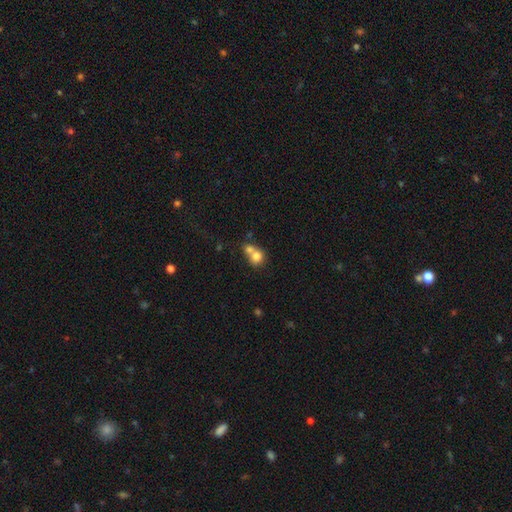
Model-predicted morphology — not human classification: smooth-or-featured: smooth: 77% | featured or disk: 13% | star or artifact: 10%
  how-rounded: round: 77% | in between: 22% | cigar-shaped: 1%
  merging: merger: 62% | none: 29% | minor disturbance: 6% | major disturbance: 3%